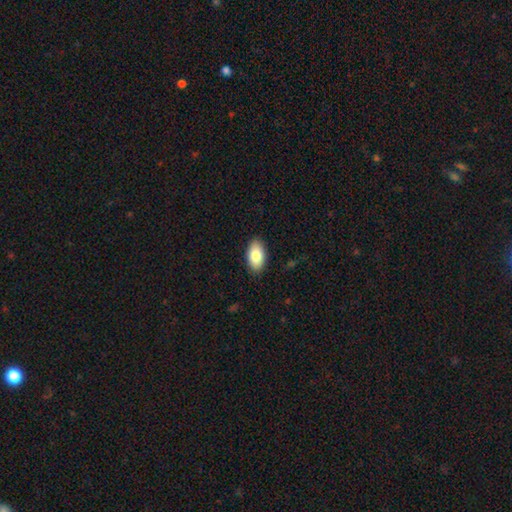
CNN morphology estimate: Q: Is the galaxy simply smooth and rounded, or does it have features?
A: smooth — 84%.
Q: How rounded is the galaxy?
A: in between — 95%.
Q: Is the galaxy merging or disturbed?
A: none — 89%.